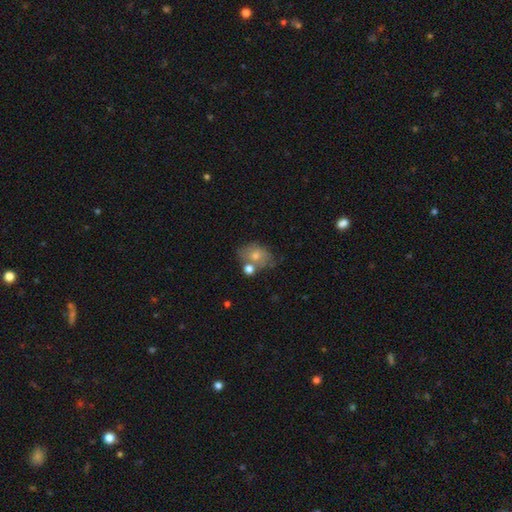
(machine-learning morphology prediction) smooth 60%, featured or disk 27%, star or artifact 13%. Down the decision tree: how rounded — in between (64%); merging — none (53%).